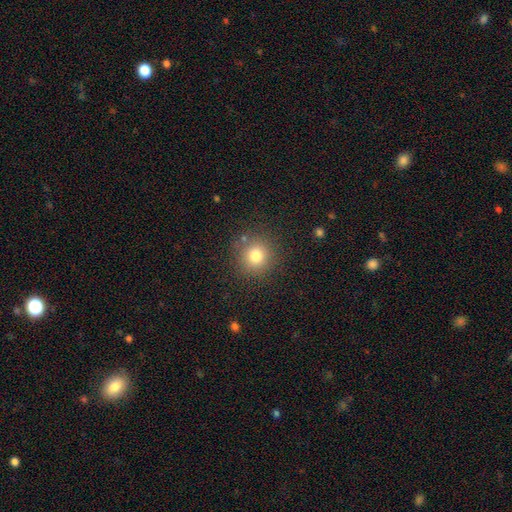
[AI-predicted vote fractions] The model was most divided on "smooth or featured": smooth: 78%, star or artifact: 14%, featured or disk: 8%. More confident: how rounded — round (92%); merging — none (86%).